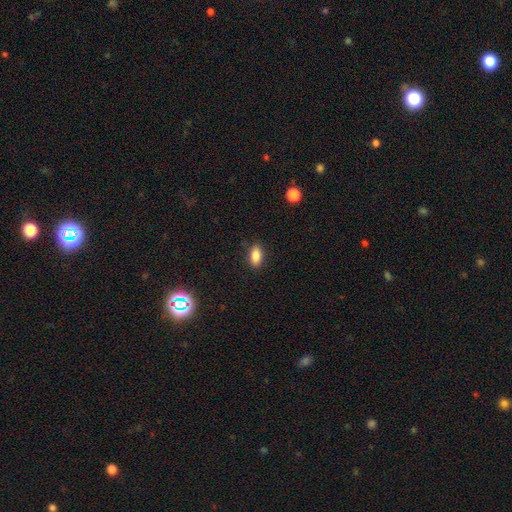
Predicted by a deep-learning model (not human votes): Smooth or featured?
  - smooth: 84% *
  - star or artifact: 9%
  - featured or disk: 8%
How rounded?
  - in between: 87% *
  - cigar-shaped: 9%
  - round: 4%
Merging?
  - none: 87% *
  - minor disturbance: 9%
  - major disturbance: 2%
  - merger: 1%